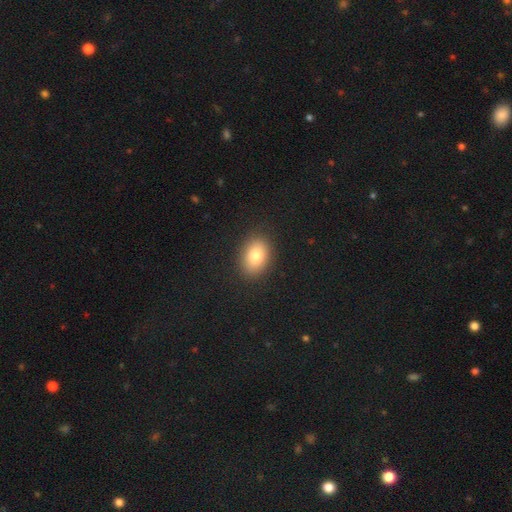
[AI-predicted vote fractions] smooth_or_featured: smooth (p=0.82) [alt: featured or disk p=0.09]
how_rounded: in between (p=0.75) [alt: round p=0.24]
merging: none (p=0.89) [alt: minor disturbance p=0.08]